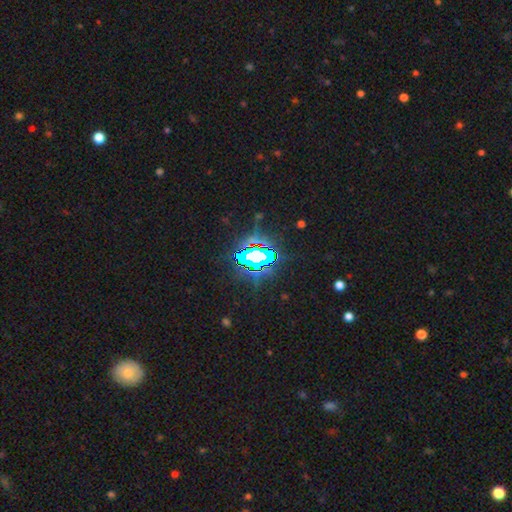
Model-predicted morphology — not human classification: star or artifact 76%, smooth 13%, featured or disk 11%.